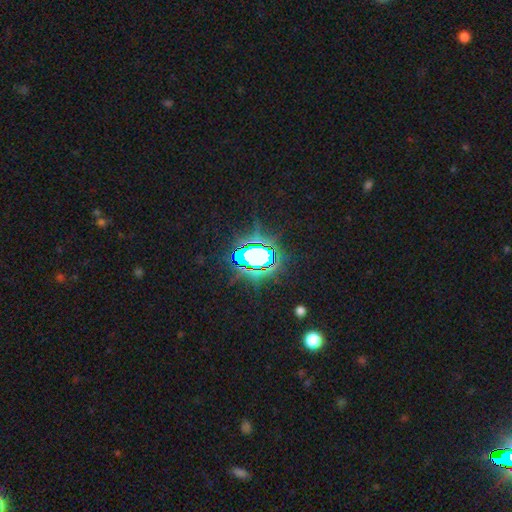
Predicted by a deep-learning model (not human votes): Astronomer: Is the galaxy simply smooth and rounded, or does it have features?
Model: star or artifact — 70%.